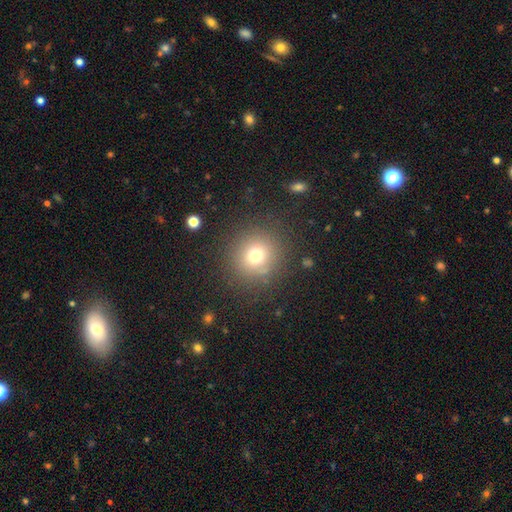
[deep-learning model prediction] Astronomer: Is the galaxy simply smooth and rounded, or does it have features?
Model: smooth — 71%.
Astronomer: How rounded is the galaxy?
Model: round — 91%.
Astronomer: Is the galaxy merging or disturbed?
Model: none — 84%.